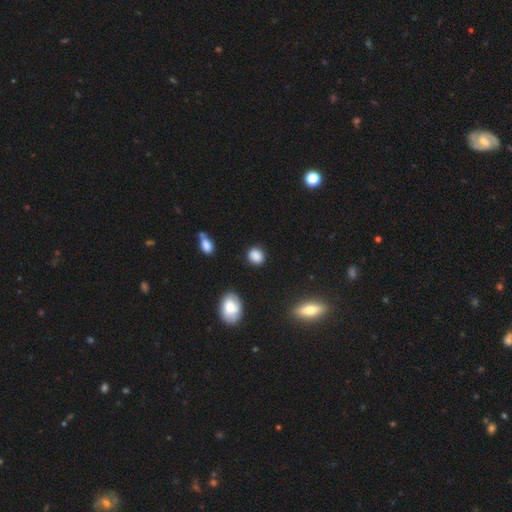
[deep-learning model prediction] Smooth or featured: smooth — 85% (star or artifact — 10%)
How rounded: round — 61% (in between — 38%)
Merging: none — 83% (minor disturbance — 12%)